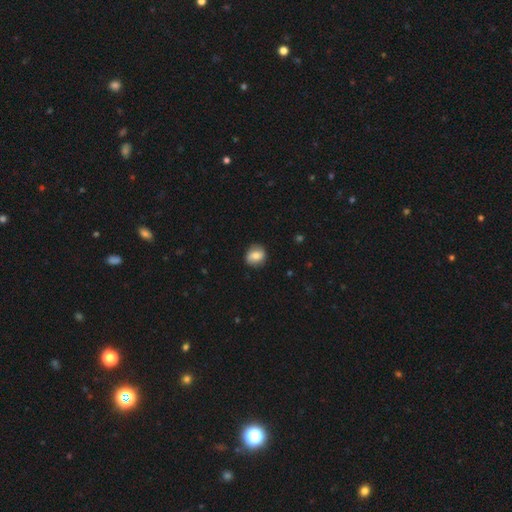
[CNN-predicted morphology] Smooth or featured? smooth (73%)
How rounded? round (71%)
Merging? none (85%)